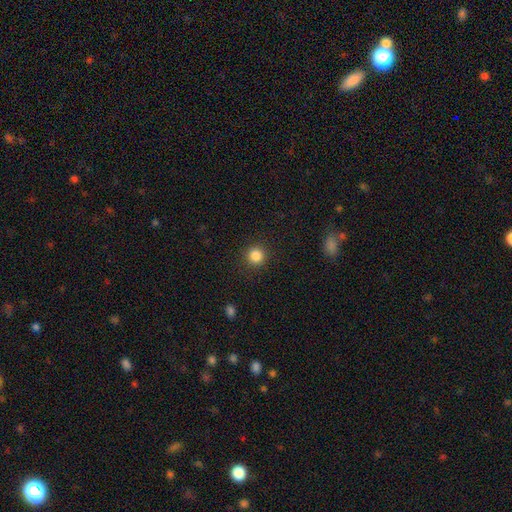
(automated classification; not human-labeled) Smooth or featured: smooth — 85% (star or artifact — 11%)
How rounded: round — 94% (in between — 5%)
Merging: none — 91% (minor disturbance — 6%)